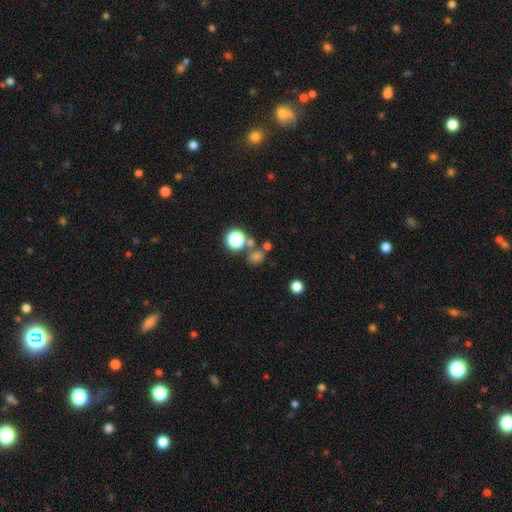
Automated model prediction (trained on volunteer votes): This is possibly a smooth galaxy (58%). How rounded: likely round (78%). Merging: likely none (65%).